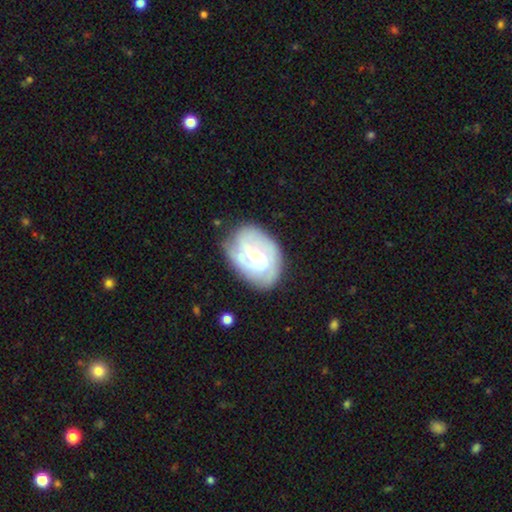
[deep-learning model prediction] featured or disk 77%, smooth 17%, star or artifact 6%. Down the decision tree: edge-on disk — no (97%); bar — weak (53%); spiral arms — yes (89%); spiral arm count — 2 (47%); spiral winding — tight (48%); bulge size — small (47%); merging — none (64%).